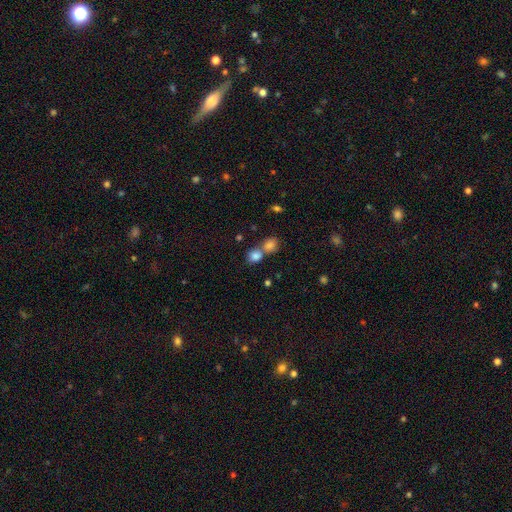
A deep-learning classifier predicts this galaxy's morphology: Smooth or featured?
  - smooth: 82% *
  - star or artifact: 11%
  - featured or disk: 7%
How rounded?
  - round: 69% *
  - in between: 30%
  - cigar-shaped: 1%
Merging?
  - merger: 51% *
  - none: 39%
  - minor disturbance: 7%
  - major disturbance: 3%